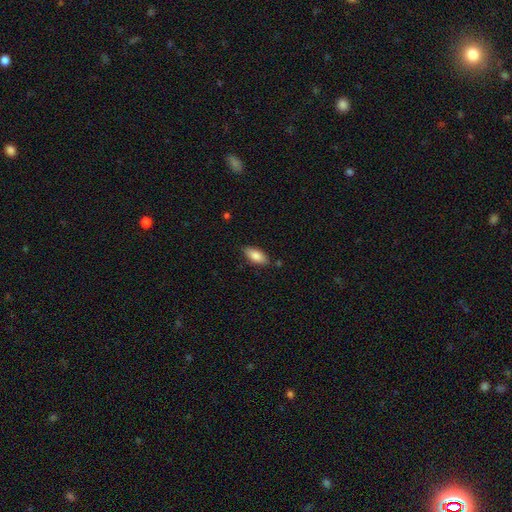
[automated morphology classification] smooth-or-featured: smooth: 83% | featured or disk: 10% | star or artifact: 7%
  how-rounded: in between: 85% | cigar-shaped: 13% | round: 2%
  merging: none: 82% | minor disturbance: 14% | major disturbance: 3% | merger: 2%